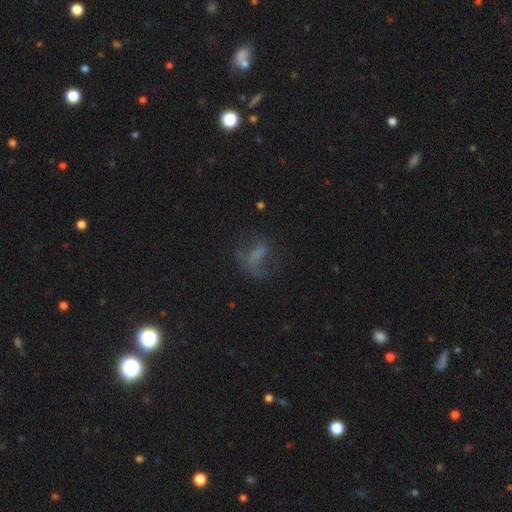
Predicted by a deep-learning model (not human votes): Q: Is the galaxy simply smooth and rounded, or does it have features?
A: featured or disk — 42%.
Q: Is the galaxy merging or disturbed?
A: none — 42%.